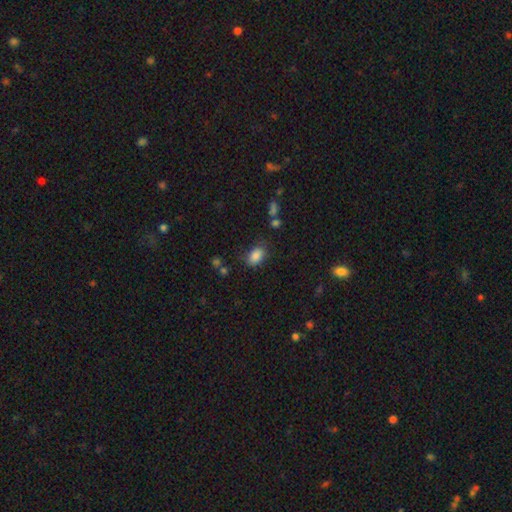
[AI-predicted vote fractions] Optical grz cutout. It shows a smooth galaxy with no disk features (86%) that is in between round and cigar-shaped (85%). Merging: none (73%).